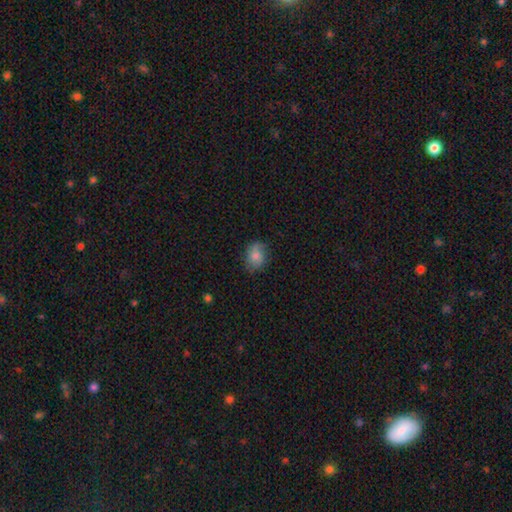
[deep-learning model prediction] Overall: smooth (75%). How rounded: in between (57%; round 42%). Merging: none (71%).